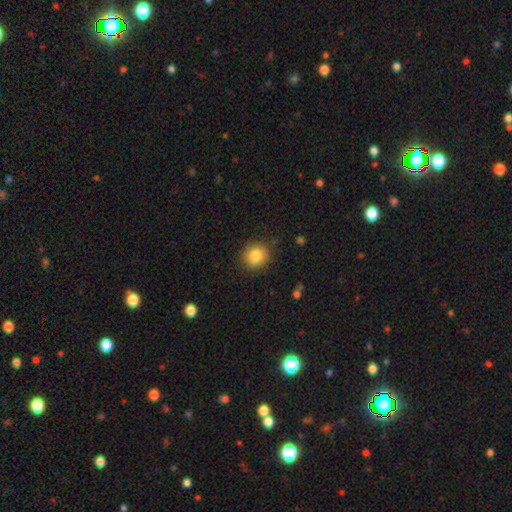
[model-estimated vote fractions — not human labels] smooth_or_featured: smooth (p=0.83) [alt: star or artifact p=0.10]
how_rounded: round (p=0.87) [alt: in between p=0.12]
merging: none (p=0.87) [alt: minor disturbance p=0.10]